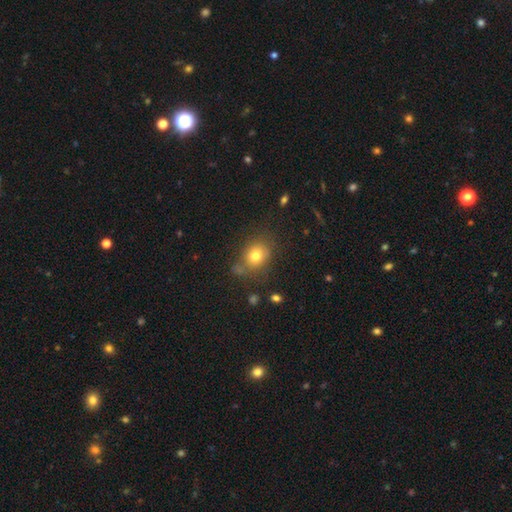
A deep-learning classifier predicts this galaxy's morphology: Smooth or featured? Predicted: smooth (p=0.77). How rounded? Predicted: round (p=0.62). Merging? Predicted: none (p=0.70).